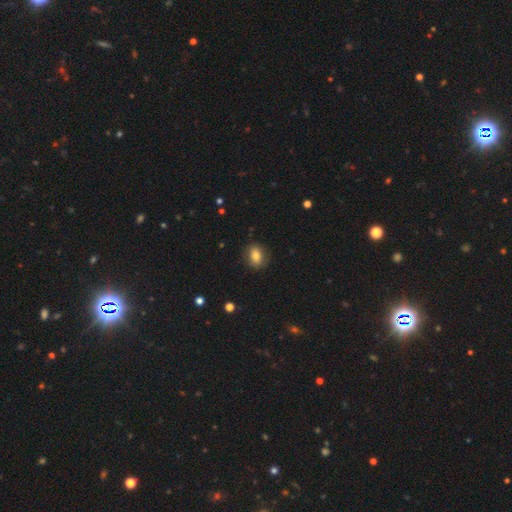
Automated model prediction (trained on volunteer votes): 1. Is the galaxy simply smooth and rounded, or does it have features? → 80% smooth, 11% featured or disk, 9% star or artifact.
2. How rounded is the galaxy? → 65% in between, 34% round, 2% cigar-shaped.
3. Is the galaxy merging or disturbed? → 85% none, 11% minor disturbance, 3% major disturbance, 1% merger.